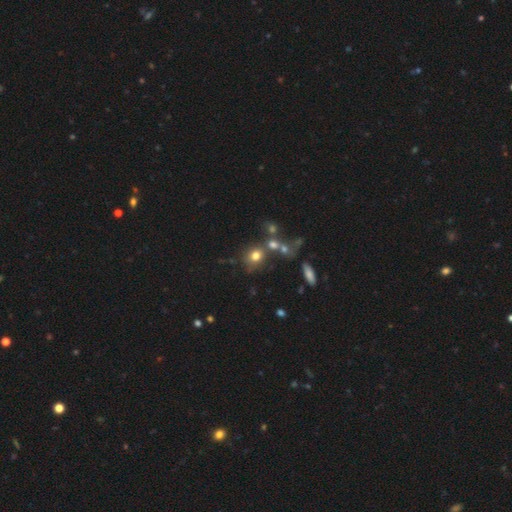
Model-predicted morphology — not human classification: smooth_or_featured: smooth (p=0.73) [alt: star or artifact p=0.14]
how_rounded: round (p=0.64) [alt: in between p=0.34]
merging: none (p=0.53) [alt: merger p=0.25]